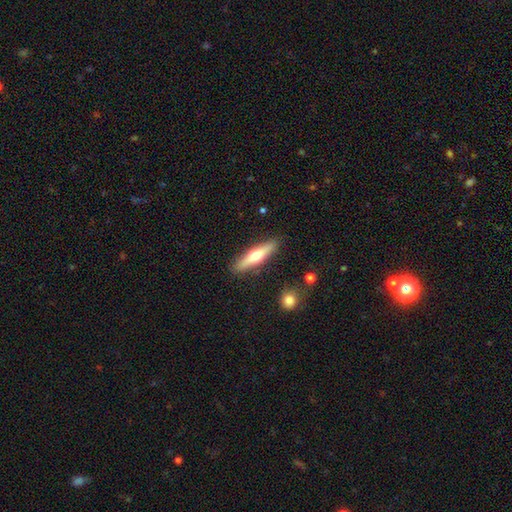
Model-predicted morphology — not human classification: Smooth or featured? featured or disk (49%)
Merging? none (88%)